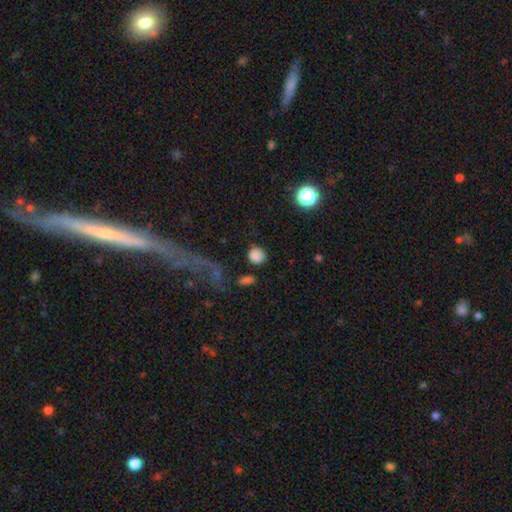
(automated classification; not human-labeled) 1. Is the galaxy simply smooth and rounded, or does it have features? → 80% smooth, 12% star or artifact, 9% featured or disk.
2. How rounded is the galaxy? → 80% round, 18% in between, 2% cigar-shaped.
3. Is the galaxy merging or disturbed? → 71% none, 16% minor disturbance, 8% major disturbance, 5% merger.